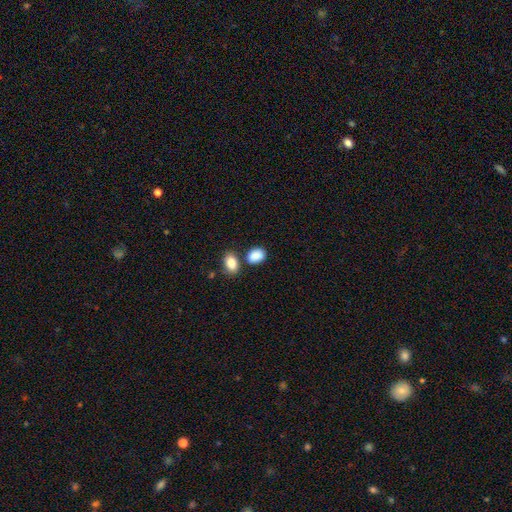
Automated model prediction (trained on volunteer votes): Smooth or featured: smooth — 88% (star or artifact — 8%)
How rounded: in between — 71% (round — 27%)
Merging: none — 68% (merger — 16%)